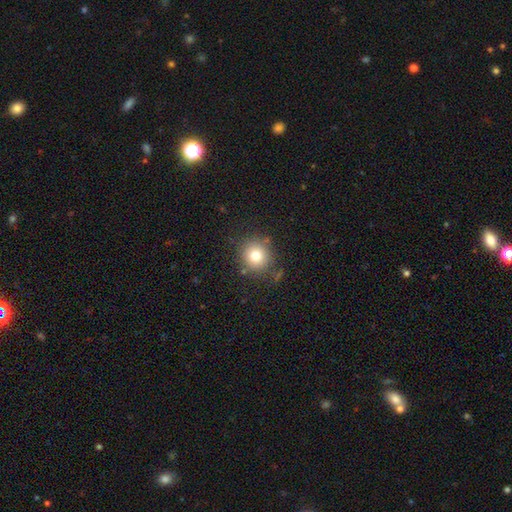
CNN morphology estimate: smooth_or_featured: smooth (p=0.77) [alt: star or artifact p=0.13]
how_rounded: round (p=0.91) [alt: in between p=0.08]
merging: none (p=0.83) [alt: minor disturbance p=0.10]